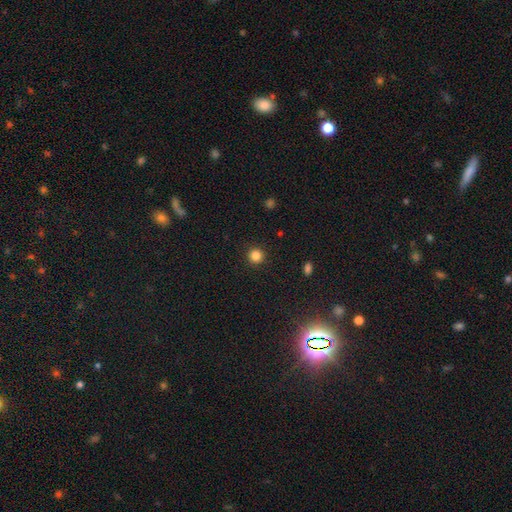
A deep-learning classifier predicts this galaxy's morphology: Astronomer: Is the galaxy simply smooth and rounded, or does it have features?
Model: smooth — 84%.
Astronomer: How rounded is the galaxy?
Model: round — 95%.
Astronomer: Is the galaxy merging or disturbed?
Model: none — 92%.